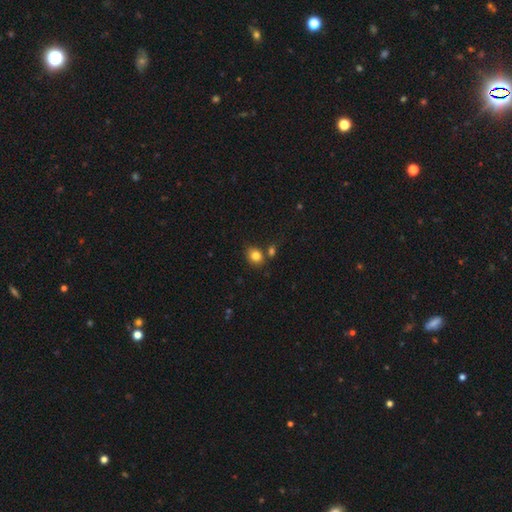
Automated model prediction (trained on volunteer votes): The model was most divided on "how rounded": round: 53%, in between: 46%, cigar-shaped: 1%. More confident: smooth or featured — smooth (82%); merging — none (68%).